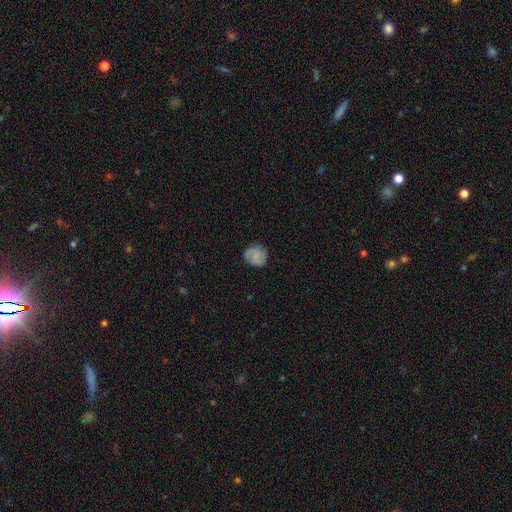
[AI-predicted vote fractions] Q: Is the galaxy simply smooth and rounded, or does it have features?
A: smooth — 64%.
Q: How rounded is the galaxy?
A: round — 84%.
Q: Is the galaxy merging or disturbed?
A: none — 76%.